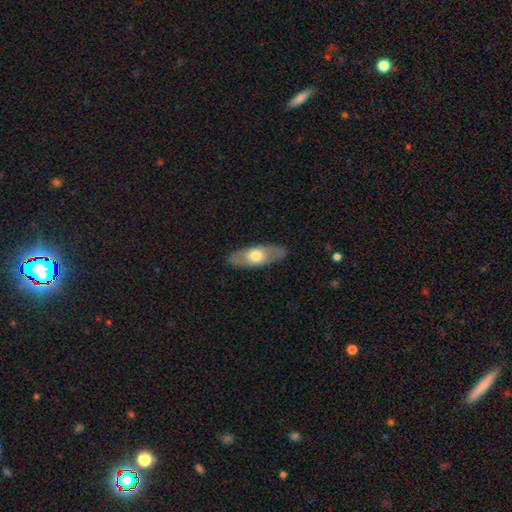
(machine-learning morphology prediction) smooth-or-featured: smooth: 56% | featured or disk: 39% | star or artifact: 5%
  how-rounded: in between: 75% | cigar-shaped: 22% | round: 3%
  merging: none: 86% | minor disturbance: 10% | major disturbance: 2% | merger: 1%